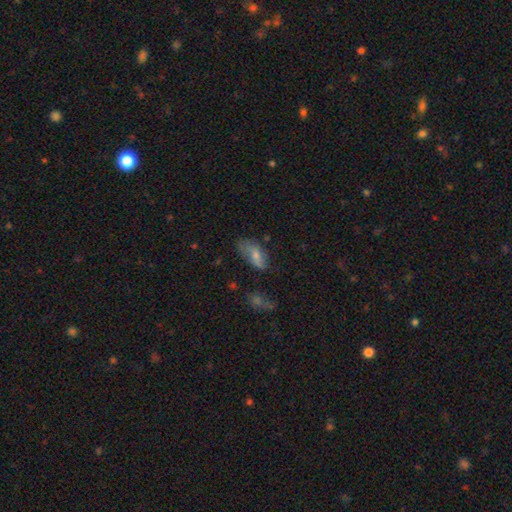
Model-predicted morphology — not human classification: This is likely a smooth galaxy (68%). How rounded: clearly in between (89%). Merging: possibly none (52%).